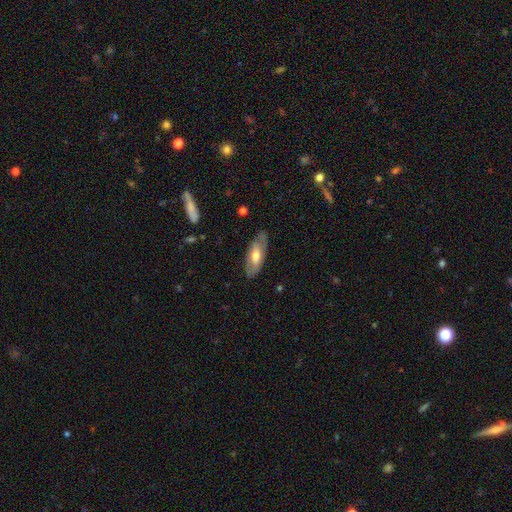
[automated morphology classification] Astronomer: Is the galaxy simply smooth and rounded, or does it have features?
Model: featured or disk — 54% (runner-up: smooth, 40%).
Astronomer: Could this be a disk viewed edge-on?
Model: no — 77%.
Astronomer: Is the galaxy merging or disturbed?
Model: none — 75%.